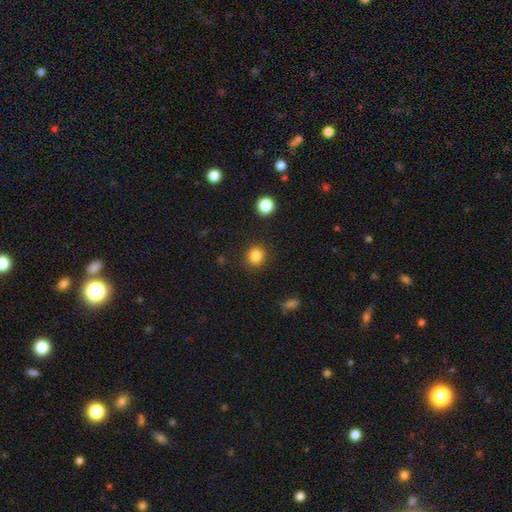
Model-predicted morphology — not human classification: type=smooth (84%); roundness=round (86%); merging=none (89%).